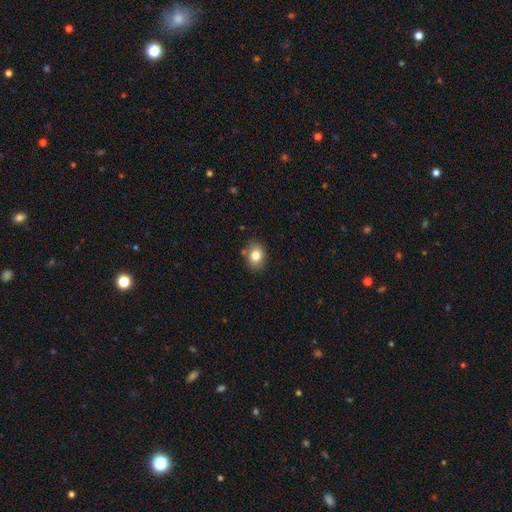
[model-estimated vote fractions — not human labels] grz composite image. It shows a smooth galaxy with no disk features (80%) that is in between round and cigar-shaped (65%). Merging: none (79%).